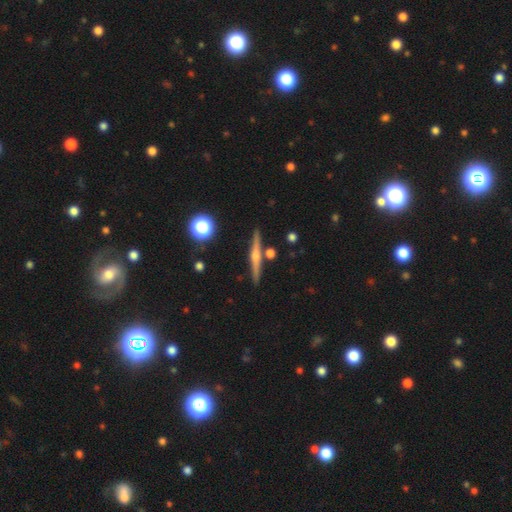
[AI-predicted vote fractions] This appears to be a featured or disk galaxy (70%) viewed edge-on (98%) with a rounded central bulge (82%). Merging: none (88%).